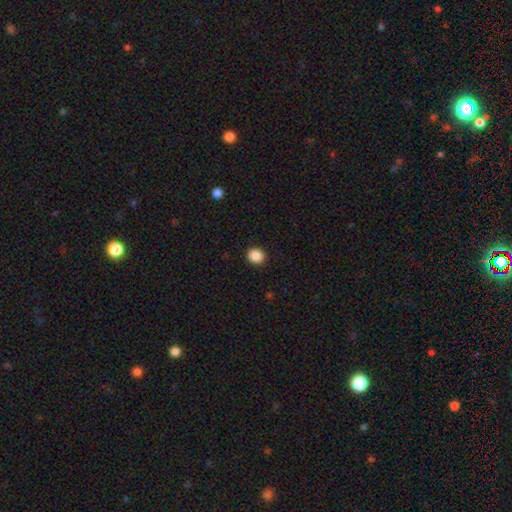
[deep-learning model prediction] This appears to be a smooth galaxy with no disk features (88%) that is round (83%). Merging: none (92%).